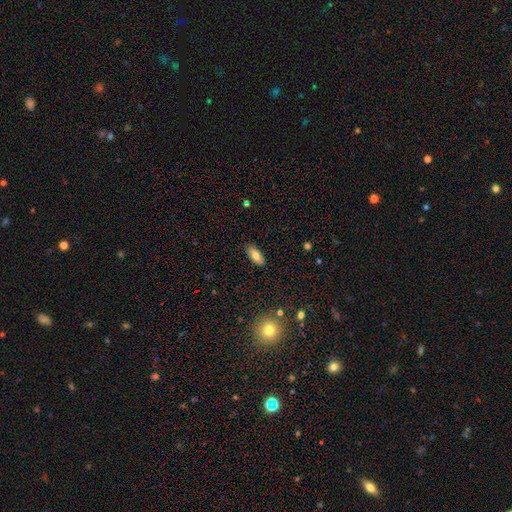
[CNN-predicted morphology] This is likely a smooth galaxy (78%). How rounded: clearly in between (84%). Merging: clearly none (88%).